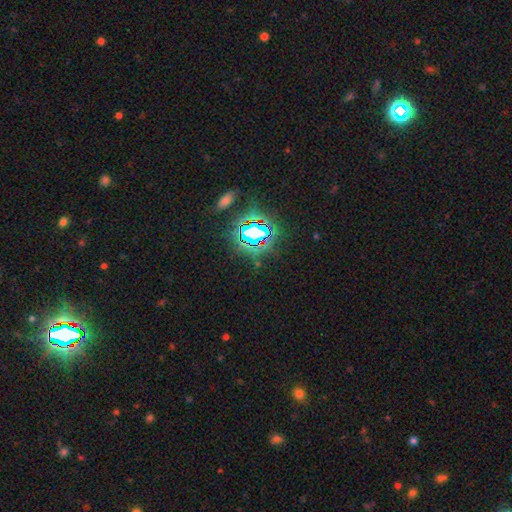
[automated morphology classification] A star or artifact, not a galaxy (82%).

Vote fractions:
- Smooth or featured? star or artifact: 82% / smooth: 11% / featured or disk: 7%